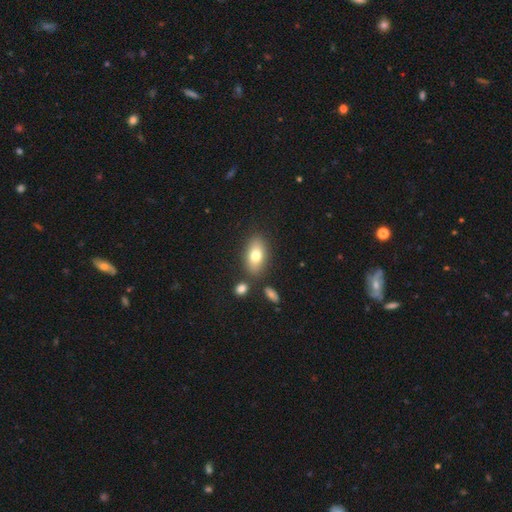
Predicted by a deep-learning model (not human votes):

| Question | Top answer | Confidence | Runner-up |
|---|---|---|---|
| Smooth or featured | smooth | 75% | featured or disk (17%) |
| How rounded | in between | 89% | round (7%) |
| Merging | none | 77% | minor disturbance (11%) |